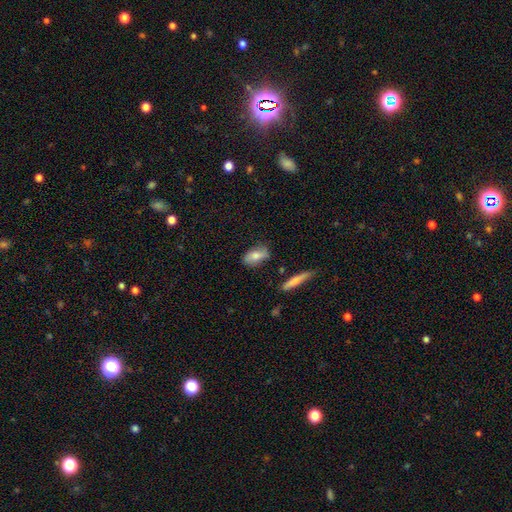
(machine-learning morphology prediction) A smooth galaxy with no disk features (72%) that is in between round and cigar-shaped (84%). Merging: none (74%).